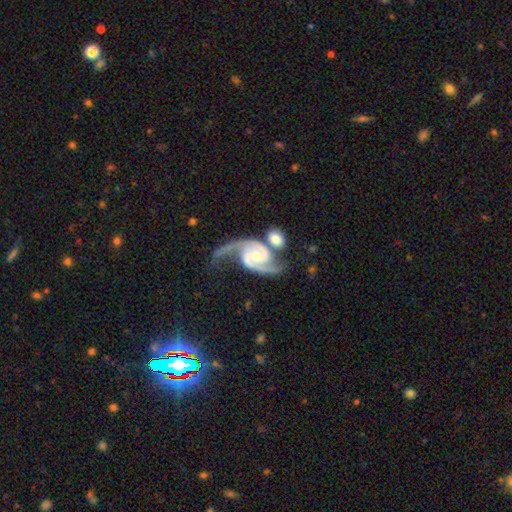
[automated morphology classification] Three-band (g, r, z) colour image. It shows a featured or disk galaxy (93%) with no bar (48%), 2 (92%) medium (51%) spiral arms (98%) and a small central bulge (48%). Merging: none (37%).